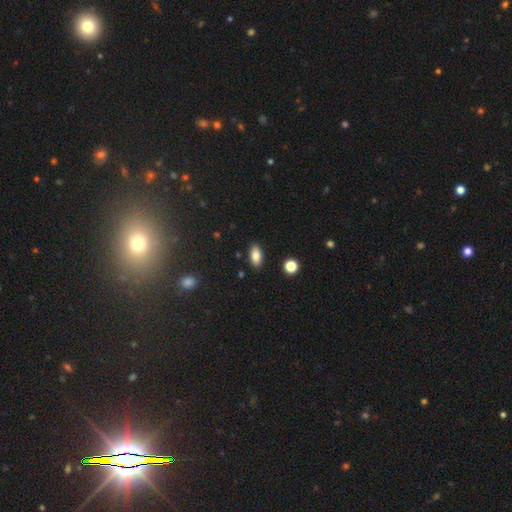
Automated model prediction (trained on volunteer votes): A smooth galaxy with no disk features (83%) that is in between round and cigar-shaped (89%).

Vote fractions:
- Smooth or featured? smooth: 83% / featured or disk: 9% / star or artifact: 9%
- How rounded? in between: 89% / cigar-shaped: 6% / round: 5%
- Merging? none: 88% / minor disturbance: 8% / major disturbance: 2% / merger: 2%